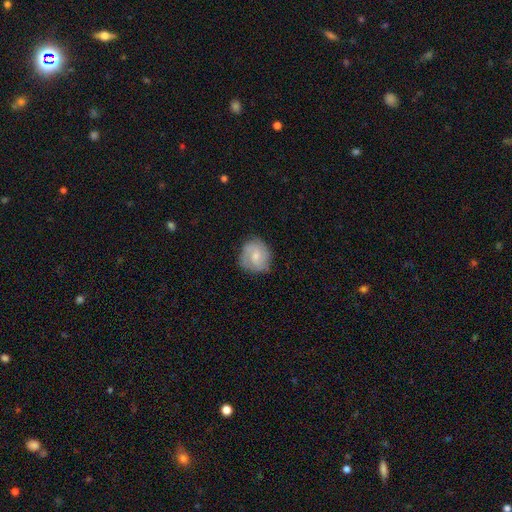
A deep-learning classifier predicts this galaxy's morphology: A featured or disk galaxy (54%) with no bar (54%), spiral arms (88%) and a small central bulge (53%). Merging: none (76%).